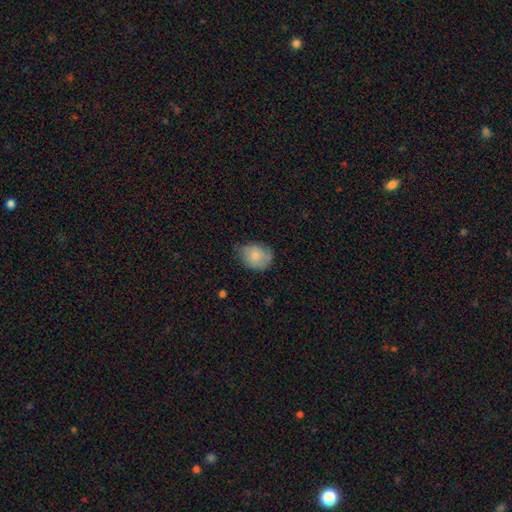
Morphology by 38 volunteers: Volunteers were most divided on "how rounded": round: 56%, in between: 44%, cigar-shaped: 0%. More confident: smooth or featured — smooth (84%); merging — none (53%).